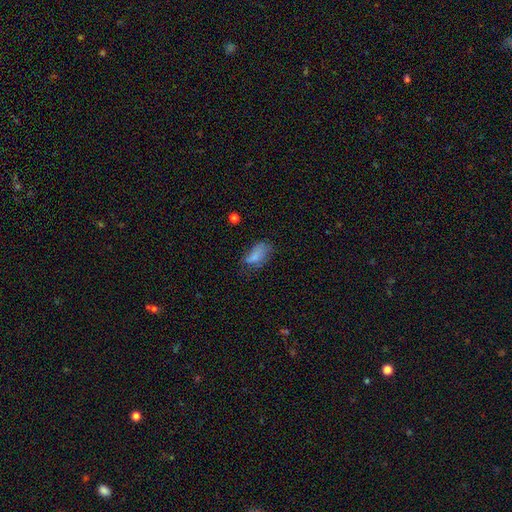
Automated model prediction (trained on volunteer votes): smooth-or-featured: smooth: 75% | featured or disk: 14% | star or artifact: 11%
  how-rounded: in between: 89% | cigar-shaped: 6% | round: 5%
  merging: none: 40% | minor disturbance: 33% | major disturbance: 24% | merger: 4%